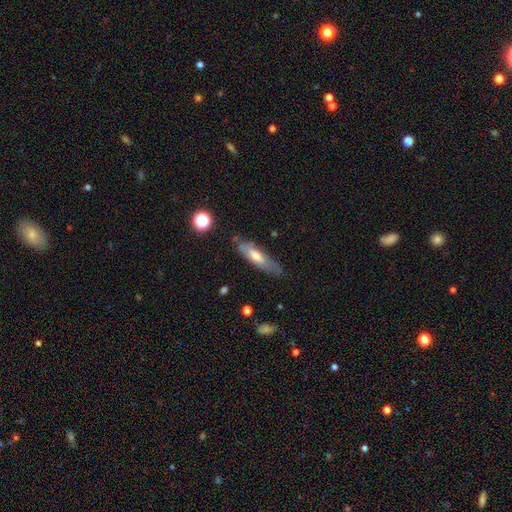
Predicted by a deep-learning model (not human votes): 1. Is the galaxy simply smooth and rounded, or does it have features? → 50% smooth, 43% featured or disk, 7% star or artifact.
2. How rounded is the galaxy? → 60% cigar-shaped, 38% in between, 2% round.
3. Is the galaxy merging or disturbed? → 68% none, 23% minor disturbance, 6% major disturbance, 3% merger.